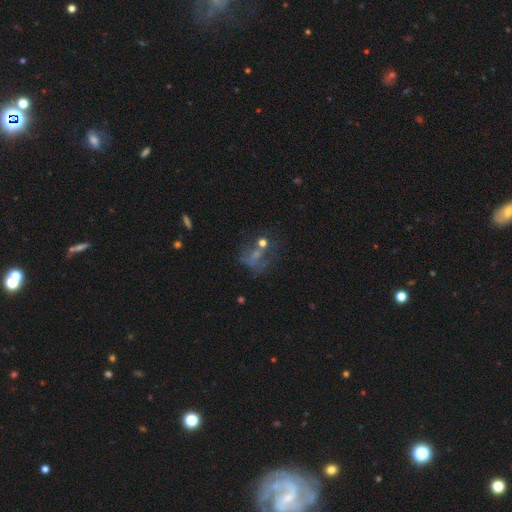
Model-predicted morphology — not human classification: A featured or disk galaxy (44%). Merging: major disturbance (37%).